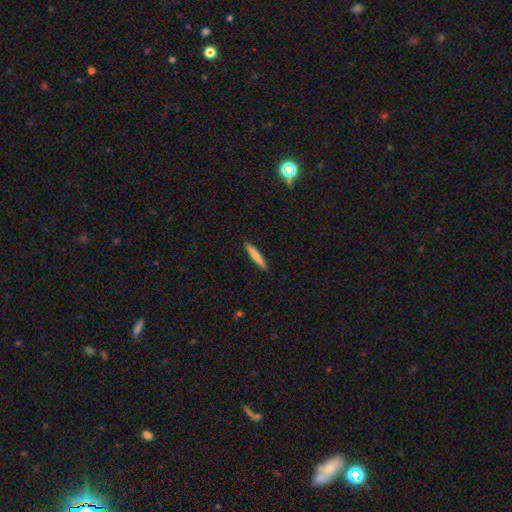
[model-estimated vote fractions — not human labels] A smooth galaxy with no disk features (74%) that is cigar-shaped (92%). Merging: none (91%).